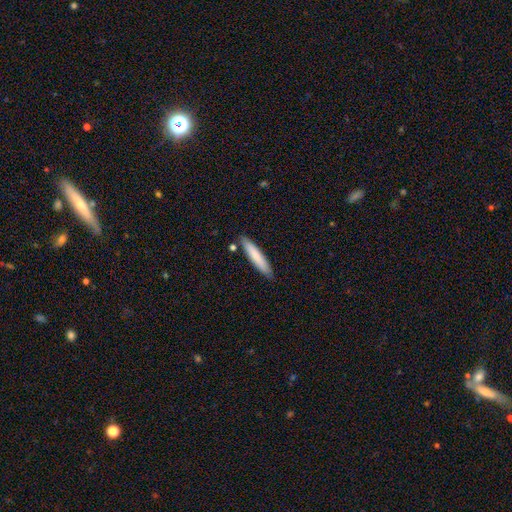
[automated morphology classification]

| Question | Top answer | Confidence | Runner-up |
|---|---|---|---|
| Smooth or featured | smooth | 80% | featured or disk (15%) |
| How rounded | cigar-shaped | 89% | in between (10%) |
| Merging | none | 86% | minor disturbance (10%) |